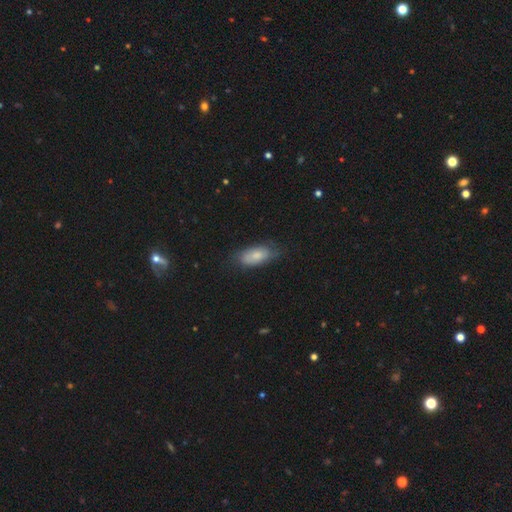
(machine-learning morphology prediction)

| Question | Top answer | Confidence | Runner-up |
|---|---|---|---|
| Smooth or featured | smooth | 72% | featured or disk (21%) |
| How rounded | in between | 89% | cigar-shaped (8%) |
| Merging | none | 66% | minor disturbance (25%) |